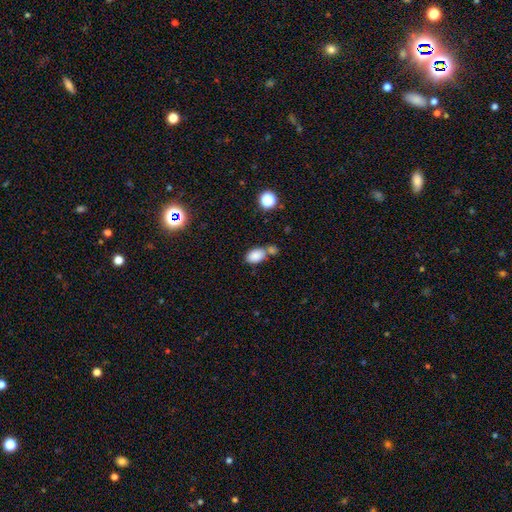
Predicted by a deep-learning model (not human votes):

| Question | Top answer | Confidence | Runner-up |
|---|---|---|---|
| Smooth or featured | smooth | 84% | star or artifact (9%) |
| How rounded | in between | 88% | round (11%) |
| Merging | none | 49% | merger (31%) |